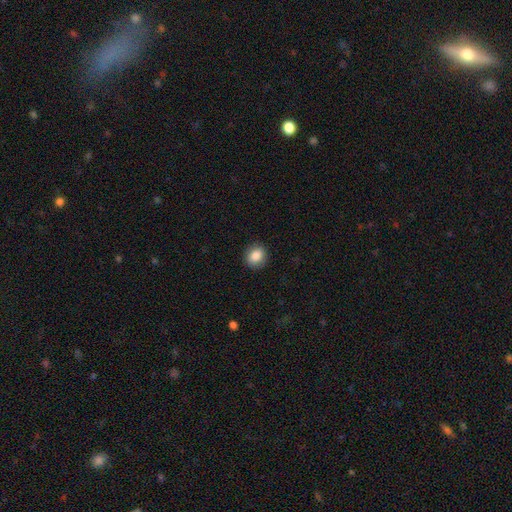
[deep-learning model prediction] Q: Smooth or featured?
A: smooth (87%); runner-up: star or artifact (8%)
Q: How rounded?
A: round (68%); runner-up: in between (31%)
Q: Merging?
A: none (89%); runner-up: minor disturbance (8%)